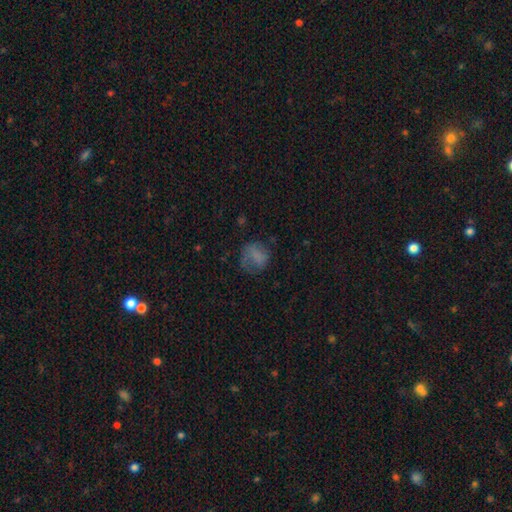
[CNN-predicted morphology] This appears to be a smooth galaxy with no disk features (65%) that is round (68%). Merging: none (47%).